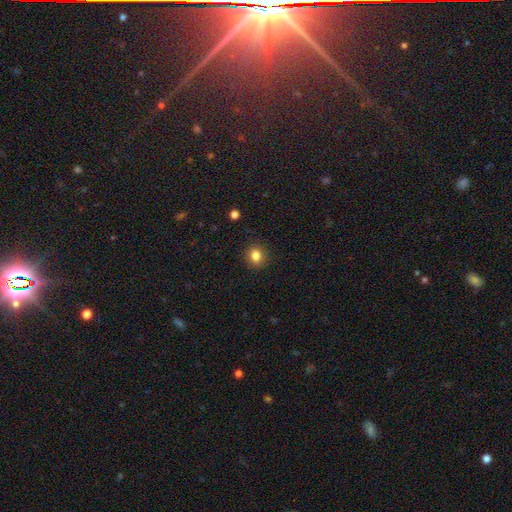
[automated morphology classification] Q: Smooth or featured?
A: smooth (83%); runner-up: star or artifact (11%)
Q: How rounded?
A: round (73%); runner-up: in between (26%)
Q: Merging?
A: none (90%); runner-up: minor disturbance (7%)